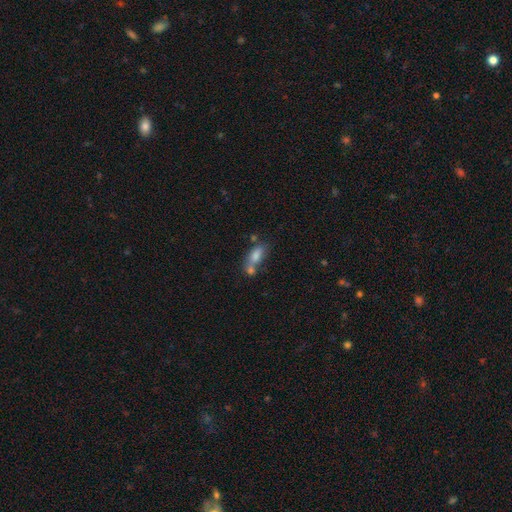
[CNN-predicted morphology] Overall: smooth (74%). How rounded: in between (77%). Merging: merger (47%; none 32%).